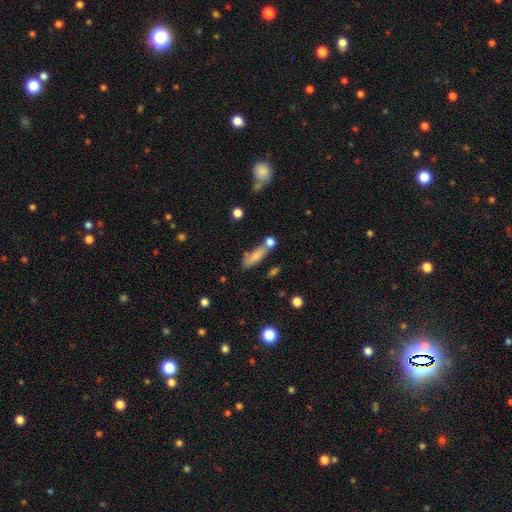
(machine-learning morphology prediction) smooth 73%, featured or disk 19%, star or artifact 8%. Down the decision tree: how rounded — cigar-shaped (58%); merging — none (51%).